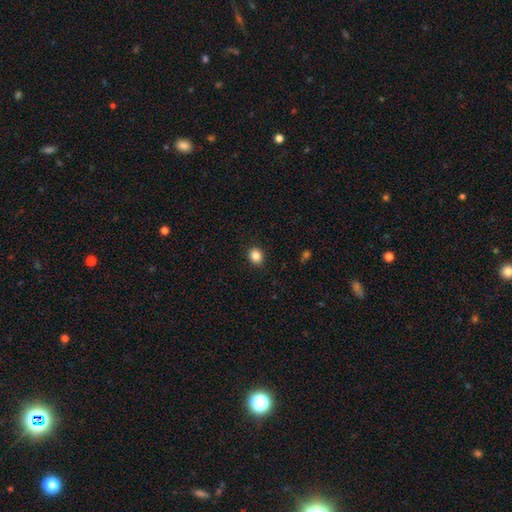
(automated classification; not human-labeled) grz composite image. It shows a smooth galaxy with no disk features (86%) that is round (69%). Merging: none (90%).